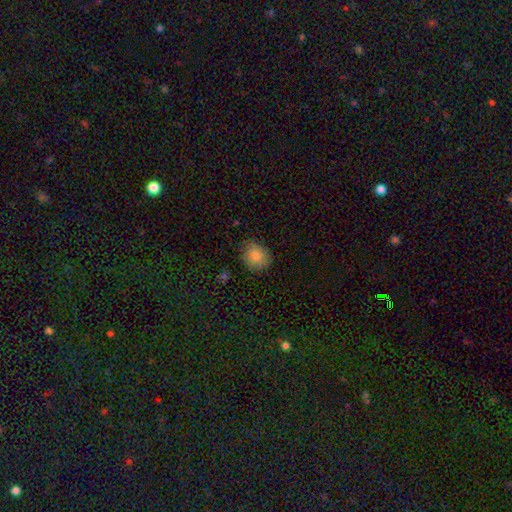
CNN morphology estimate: A smooth galaxy with no disk features (82%) that is round (60%). Merging: none (81%).